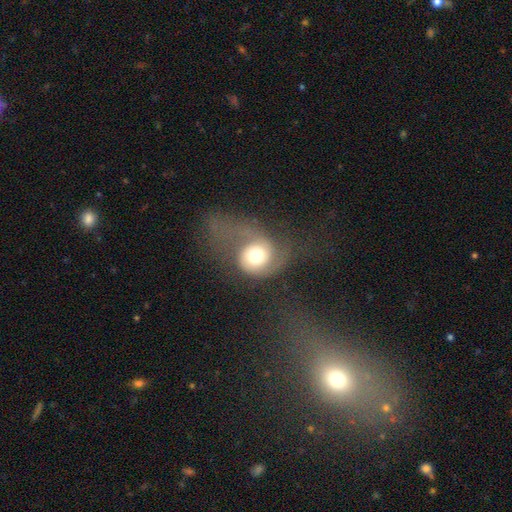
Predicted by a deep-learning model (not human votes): Smooth or featured?
  - featured or disk: 62% *
  - smooth: 30%
  - star or artifact: 8%
Edge-on disk?
  - no: 97% *
  - yes: 3%
Bar?
  - no: 77% *
  - weak: 18%
  - strong: 5%
Spiral arms?
  - yes: 85% *
  - no: 15%
Spiral winding?
  - loose: 48% *
  - medium: 37%
  - tight: 15%
Spiral arm count?
  - 2: 51% *
  - 1: 39%
  - can't tell: 6%
  - 3: 2%
  - 4: 1%
  - more than 4: 1%
Bulge size?
  - moderate: 55% *
  - large: 31%
  - dominant: 8%
  - small: 5%
  - none: 1%
Merging?
  - major disturbance: 50% *
  - none: 30%
  - minor disturbance: 17%
  - merger: 3%